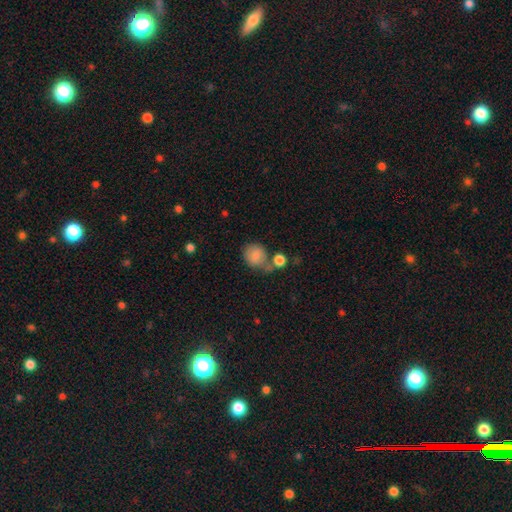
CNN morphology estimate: The model was most divided on "merging": none: 45%, merger: 25%, minor disturbance: 20%, major disturbance: 10%. More confident: smooth or featured — smooth (80%); how rounded — round (68%).